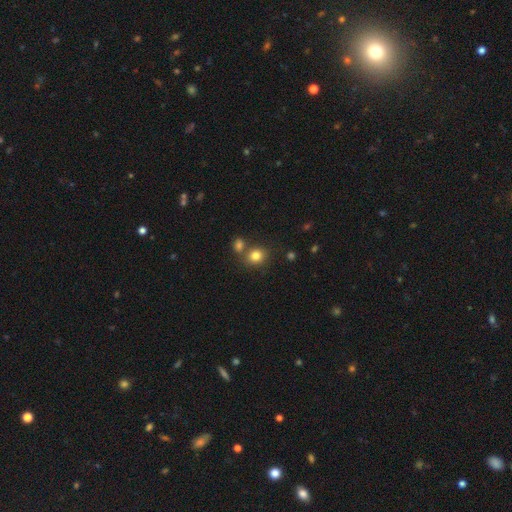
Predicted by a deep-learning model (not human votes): Smooth or featured: smooth — 82% (star or artifact — 12%)
How rounded: round — 72% (in between — 27%)
Merging: none — 64% (merger — 22%)